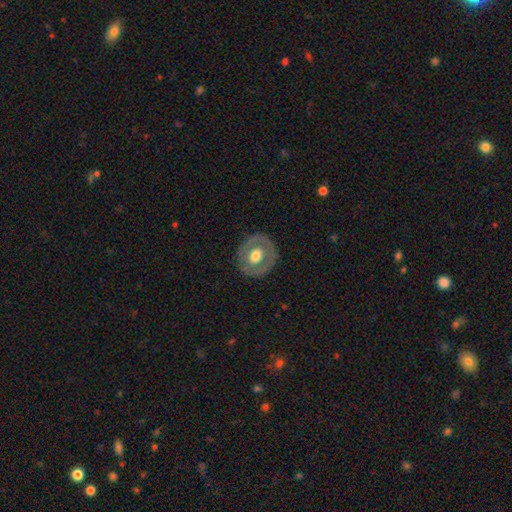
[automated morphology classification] Smooth or featured? Predicted: featured or disk (p=0.52). Edge-on disk? Predicted: no (p=0.94). Merging? Predicted: none (p=0.82).